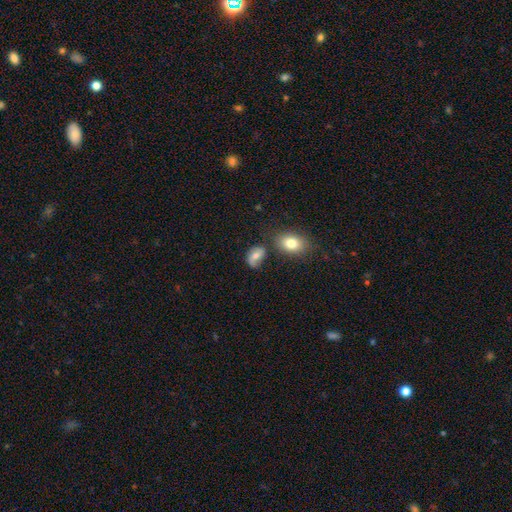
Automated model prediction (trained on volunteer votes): The model was most divided on "merging": none: 56%, minor disturbance: 24%, merger: 11%, major disturbance: 10%. More confident: how rounded — in between (81%); smooth or featured — smooth (62%).